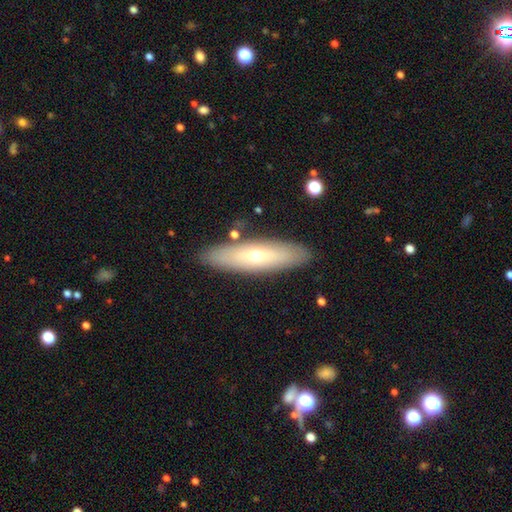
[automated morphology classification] Smooth or featured: smooth — 50% (featured or disk — 43%)
How rounded: cigar-shaped — 64% (in between — 34%)
Merging: none — 85% (minor disturbance — 9%)